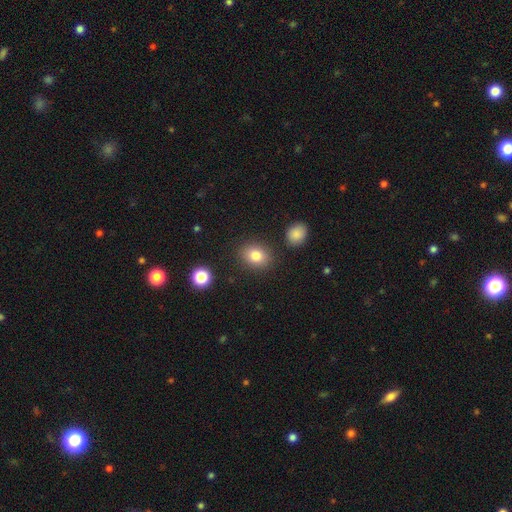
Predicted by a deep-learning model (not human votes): smooth 81%, star or artifact 10%, featured or disk 9%. Down the decision tree: how rounded — in between (53%); merging — none (84%).